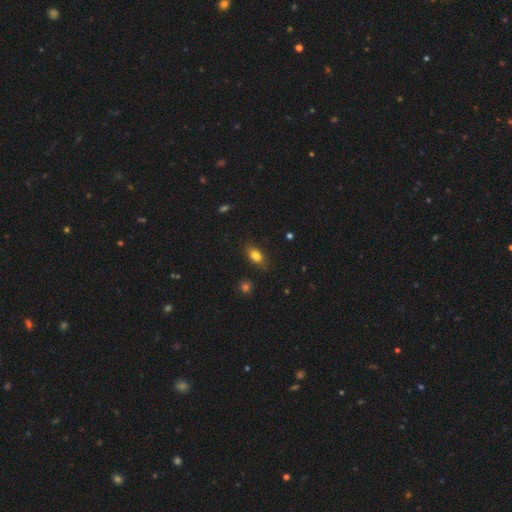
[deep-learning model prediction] A smooth galaxy with no disk features (81%) that is in between round and cigar-shaped (84%).

Vote fractions:
- Smooth or featured? smooth: 81% / star or artifact: 10% / featured or disk: 9%
- How rounded? in between: 84% / round: 10% / cigar-shaped: 6%
- Merging? none: 81% / minor disturbance: 15% / major disturbance: 3% / merger: 2%